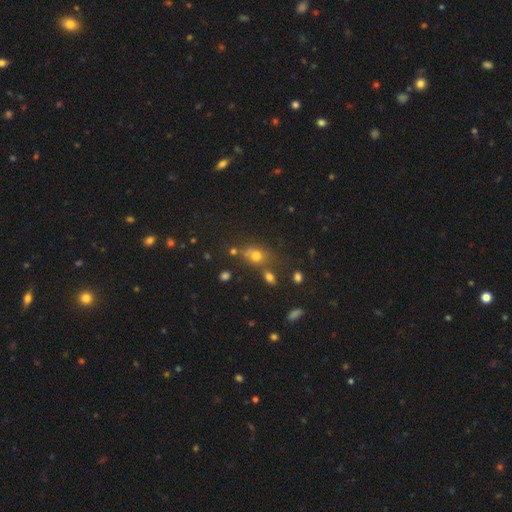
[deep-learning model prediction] A smooth galaxy with no disk features (69%) that is round (52%).

Vote fractions:
- Smooth or featured? smooth: 69% / star or artifact: 18% / featured or disk: 13%
- How rounded? round: 52% / in between: 46% / cigar-shaped: 2%
- Merging? none: 55% / merger: 21% / minor disturbance: 17% / major disturbance: 8%